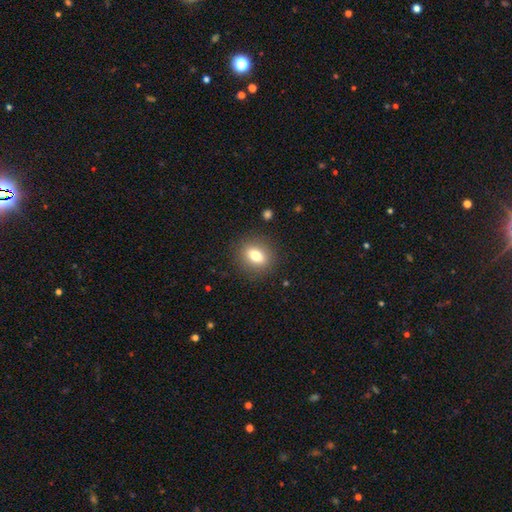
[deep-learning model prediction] smooth 75%, featured or disk 15%, star or artifact 10%. Down the decision tree: how rounded — round (52%); merging — none (88%).